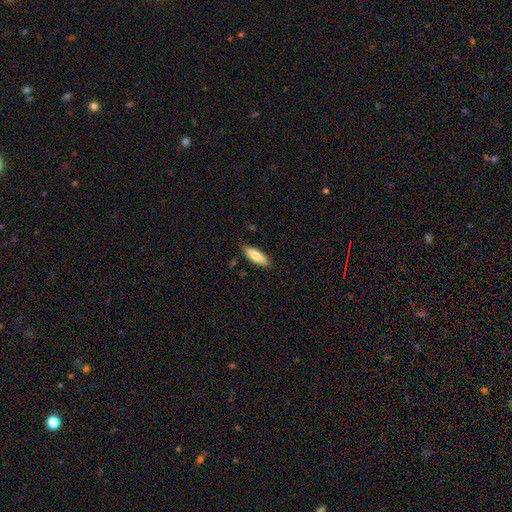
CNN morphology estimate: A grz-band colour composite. It shows a smooth galaxy with no disk features (81%) that is in between round and cigar-shaped (62%). Merging: none (83%).